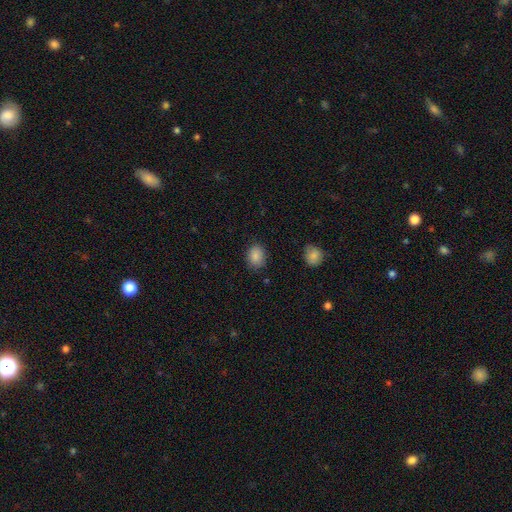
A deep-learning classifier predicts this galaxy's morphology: smooth-or-featured: smooth: 87% | star or artifact: 9% | featured or disk: 4%
  how-rounded: in between: 64% | round: 35% | cigar-shaped: 1%
  merging: none: 83% | minor disturbance: 12% | major disturbance: 3% | merger: 2%